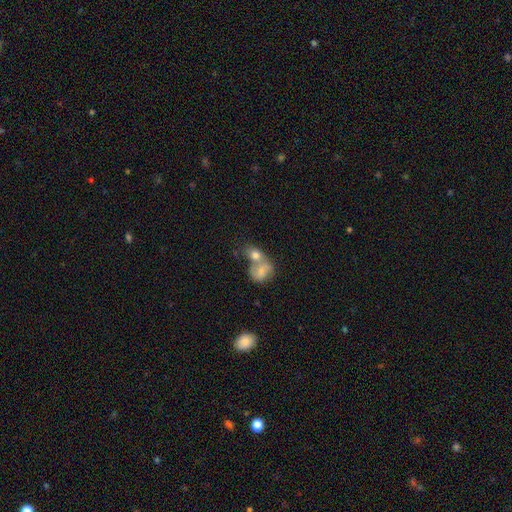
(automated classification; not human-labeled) Overall: smooth (50%; featured or disk 31%). How rounded: in between (51%; round 46%). Merging: merger (57%; none 27%).